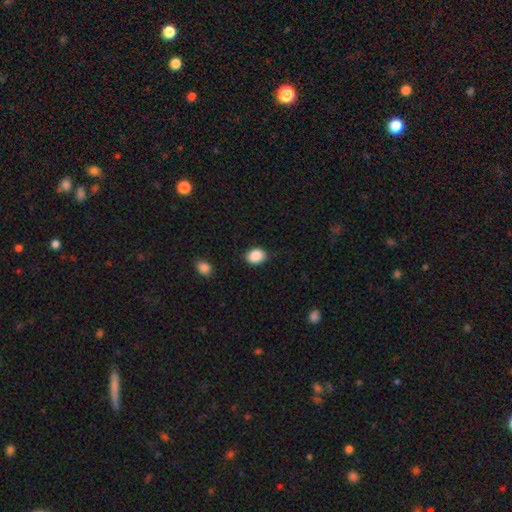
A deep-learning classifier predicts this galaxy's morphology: Smooth or featured? Predicted: smooth (p=0.89). How rounded? Predicted: in between (p=0.55). Merging? Predicted: none (p=0.82).